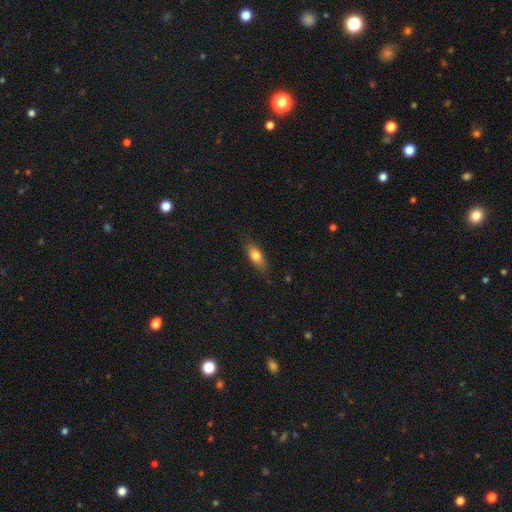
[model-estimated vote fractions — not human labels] Smooth or featured: smooth — 75% (featured or disk — 18%)
How rounded: in between — 73% (cigar-shaped — 23%)
Merging: none — 79% (minor disturbance — 17%)